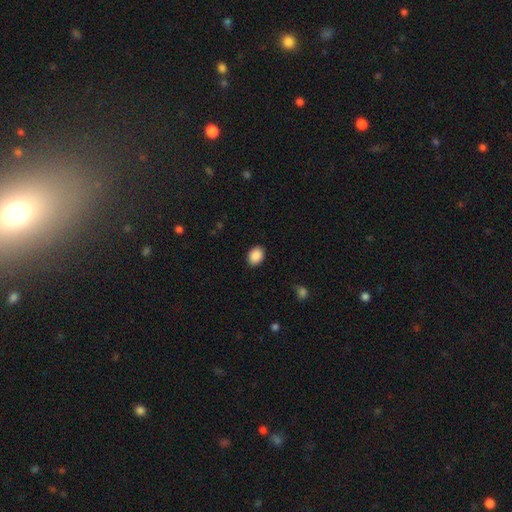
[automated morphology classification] A smooth galaxy with no disk features (90%) that is in between round and cigar-shaped (65%). Merging: none (89%).